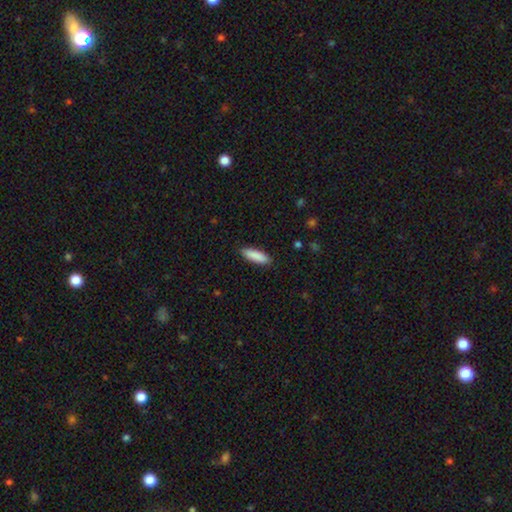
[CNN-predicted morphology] smooth_or_featured: smooth (p=0.89) [alt: star or artifact p=0.06]
how_rounded: cigar-shaped (p=0.55) [alt: in between p=0.43]
merging: none (p=0.89) [alt: minor disturbance p=0.08]